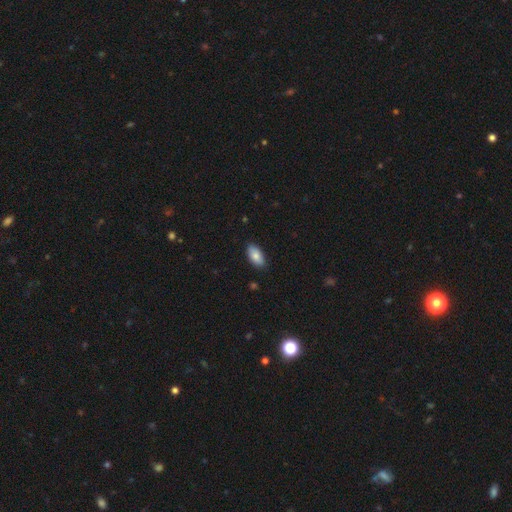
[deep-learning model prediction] smooth-or-featured: smooth: 83% | featured or disk: 10% | star or artifact: 7%
  how-rounded: in between: 93% | cigar-shaped: 4% | round: 3%
  merging: none: 86% | minor disturbance: 11% | major disturbance: 2% | merger: 1%